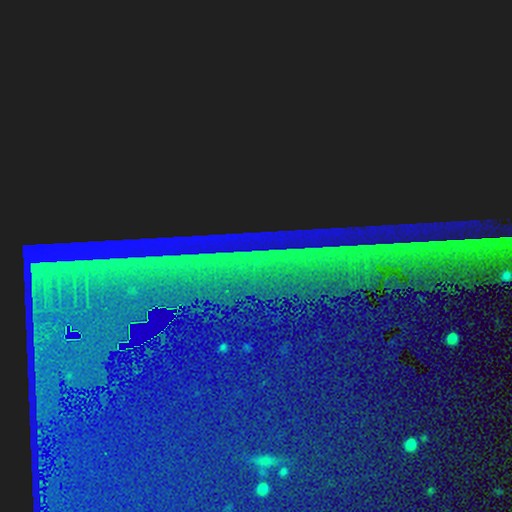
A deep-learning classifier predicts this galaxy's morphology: star or artifact 87%, featured or disk 7%, smooth 6%.